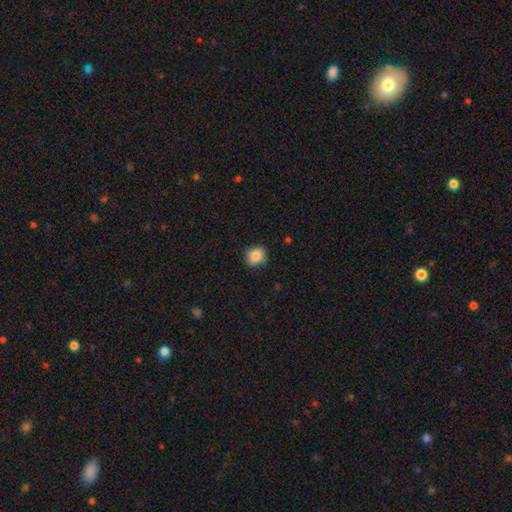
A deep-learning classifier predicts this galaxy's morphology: A smooth galaxy with no disk features (86%) that is round (64%).

Vote fractions:
- Smooth or featured? smooth: 86% / star or artifact: 9% / featured or disk: 6%
- How rounded? round: 64% / in between: 35% / cigar-shaped: 1%
- Merging? none: 82% / minor disturbance: 14% / major disturbance: 3% / merger: 1%